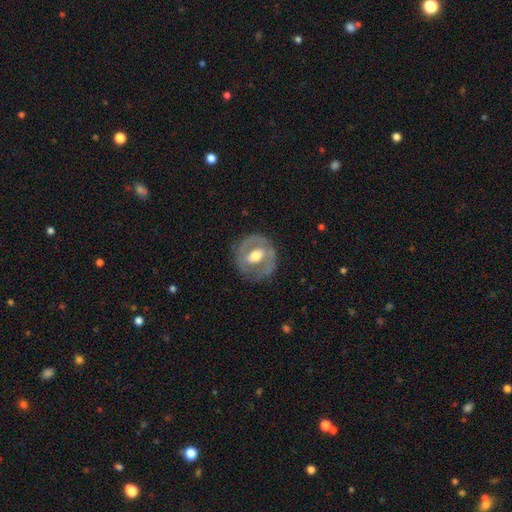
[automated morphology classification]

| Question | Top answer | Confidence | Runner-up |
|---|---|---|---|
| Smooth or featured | featured or disk | 66% | smooth (28%) |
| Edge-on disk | no | 95% | yes (5%) |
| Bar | weak | 40% | no (33%) |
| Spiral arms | no | 53% | yes (47%) |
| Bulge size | moderate | 69% | large (21%) |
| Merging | none | 71% | minor disturbance (18%) |